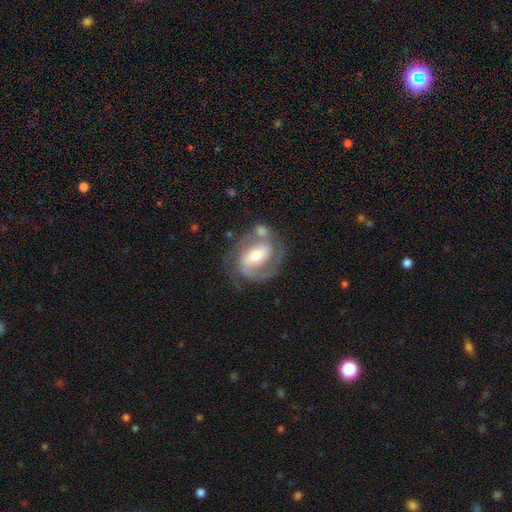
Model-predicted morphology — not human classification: The model was most divided on "spiral winding": medium: 44%, tight: 42%, loose: 14%. Remaining: edge-on disk — no (96%); spiral arms — yes (91%); smooth or featured — featured or disk (81%); spiral arm count — 2 (72%); merging — none (57%); bulge size — moderate (57%); bar — weak (39%).